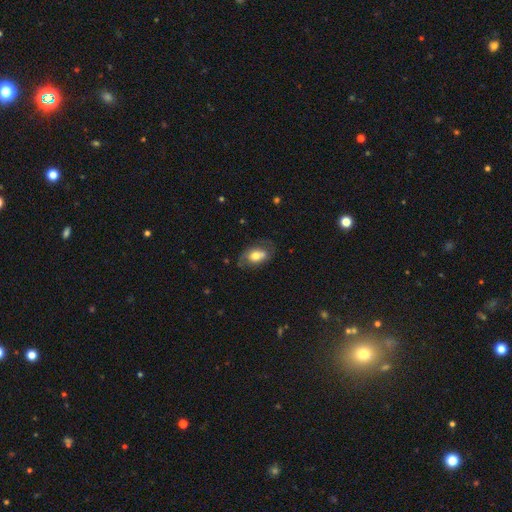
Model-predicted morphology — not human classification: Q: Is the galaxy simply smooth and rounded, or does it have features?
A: smooth — 56%.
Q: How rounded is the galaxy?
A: in between — 84%.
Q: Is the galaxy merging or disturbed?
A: none — 58%.